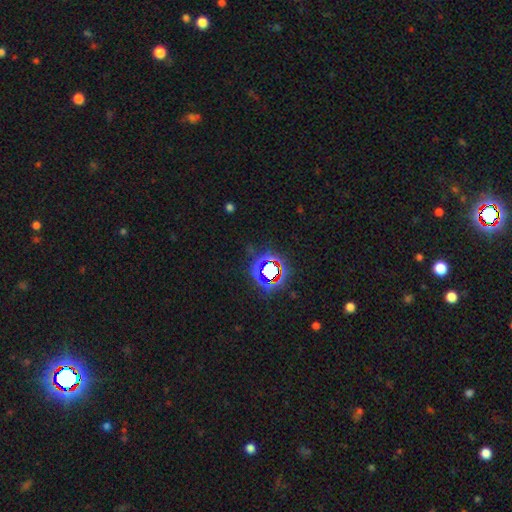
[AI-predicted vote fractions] star or artifact 79%, smooth 13%, featured or disk 8%.